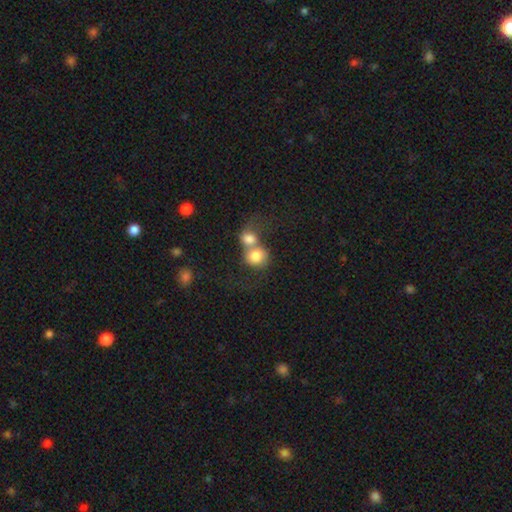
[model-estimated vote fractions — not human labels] Morphology: type=smooth (75%); roundness=round (73%); merging=merger (73%).